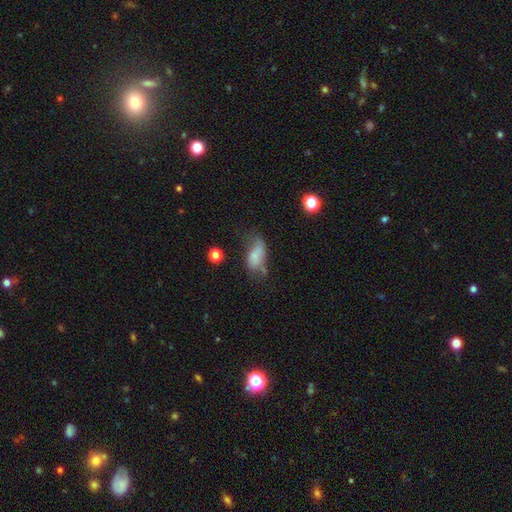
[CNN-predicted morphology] type=smooth (64%); roundness=in between (87%); merging=major disturbance (33%).